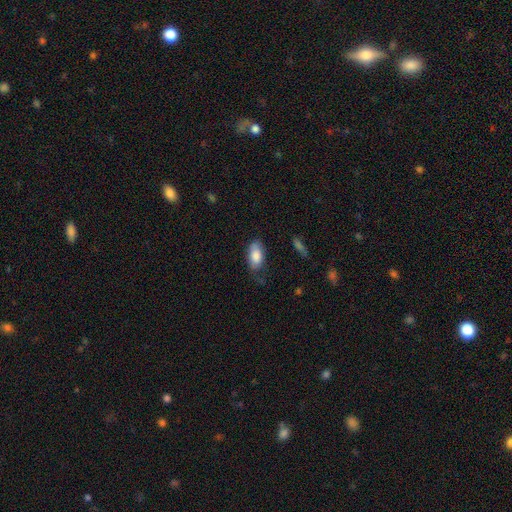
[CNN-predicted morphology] Smooth or featured? smooth (82%)
How rounded? in between (93%)
Merging? none (57%)